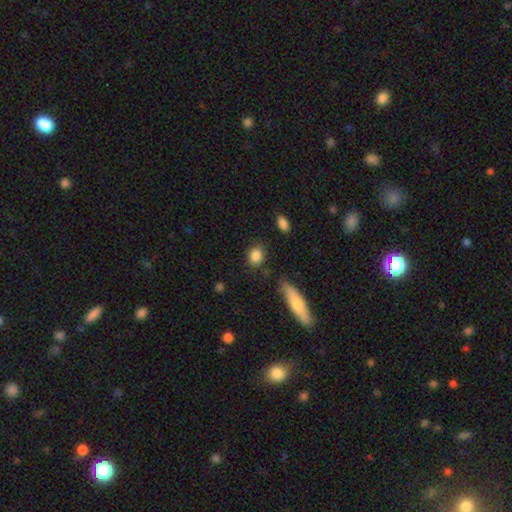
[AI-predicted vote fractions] Overall: smooth (87%). How rounded: round (57%; in between 41%). Merging: none (81%).